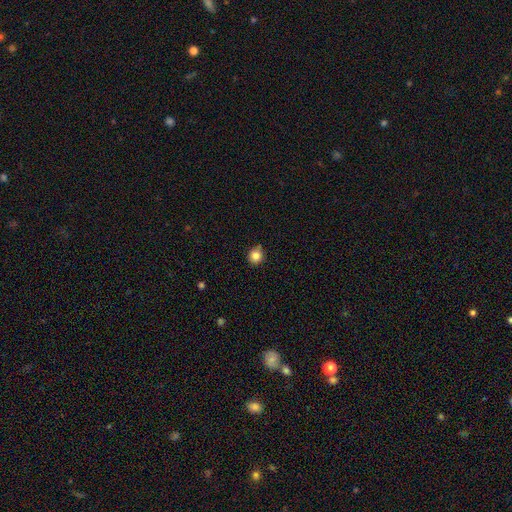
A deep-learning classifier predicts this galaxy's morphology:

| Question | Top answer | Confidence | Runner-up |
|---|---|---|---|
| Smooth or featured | smooth | 83% | star or artifact (11%) |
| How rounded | round | 93% | in between (6%) |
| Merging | none | 87% | minor disturbance (8%) |